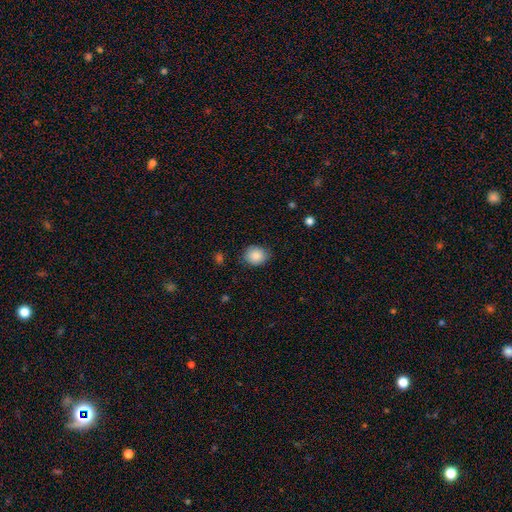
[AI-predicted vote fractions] Smooth or featured: smooth — 87% (star or artifact — 8%)
How rounded: round — 63% (in between — 36%)
Merging: none — 77% (minor disturbance — 18%)